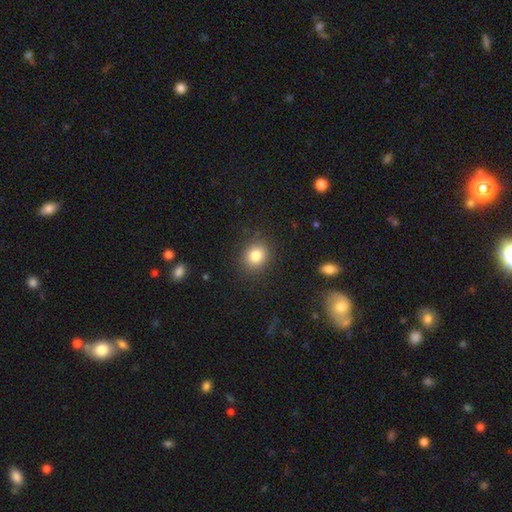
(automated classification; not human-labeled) This is clearly a smooth galaxy (82%). How rounded: likely round (77%). Merging: clearly none (88%).